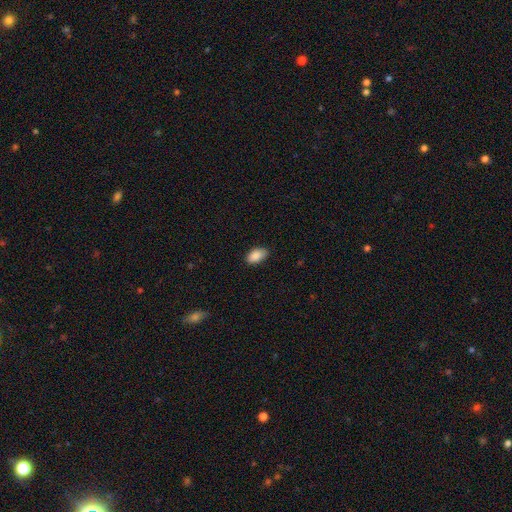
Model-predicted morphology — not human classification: type=smooth (88%); roundness=in between (94%); merging=none (82%).